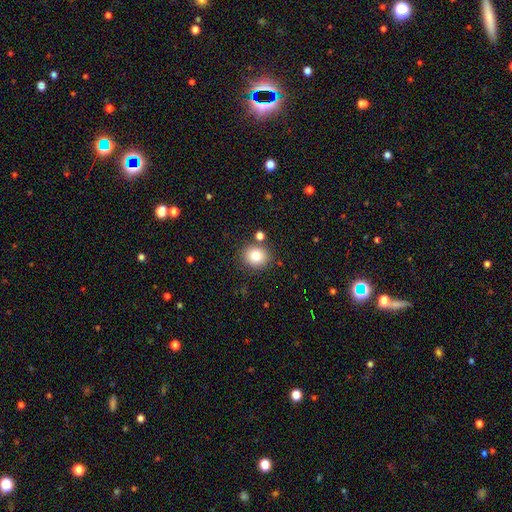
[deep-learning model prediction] Smooth or featured: smooth — 82% (star or artifact — 11%)
How rounded: round — 74% (in between — 25%)
Merging: none — 81% (minor disturbance — 9%)